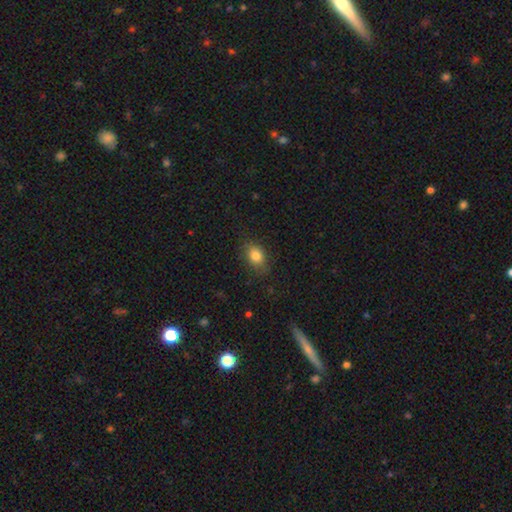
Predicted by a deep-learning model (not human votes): Smooth or featured?
  - smooth: 82% *
  - star or artifact: 10%
  - featured or disk: 8%
How rounded?
  - in between: 72% *
  - round: 26%
  - cigar-shaped: 2%
Merging?
  - none: 80% *
  - minor disturbance: 15%
  - major disturbance: 4%
  - merger: 1%